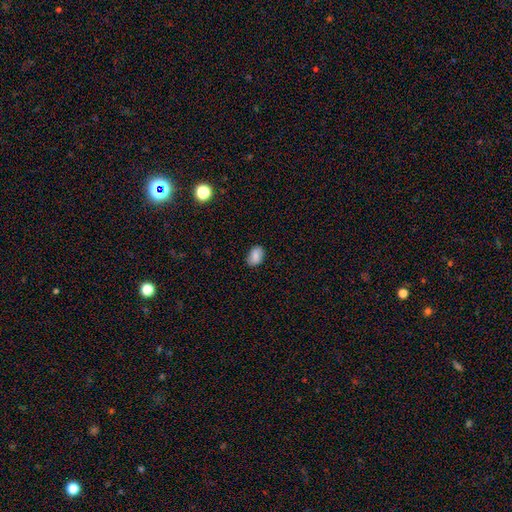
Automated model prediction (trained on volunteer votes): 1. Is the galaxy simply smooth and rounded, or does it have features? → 83% smooth, 9% featured or disk, 8% star or artifact.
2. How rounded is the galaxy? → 84% in between, 15% round, 1% cigar-shaped.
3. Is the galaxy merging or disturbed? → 83% none, 13% minor disturbance, 3% major disturbance, 1% merger.